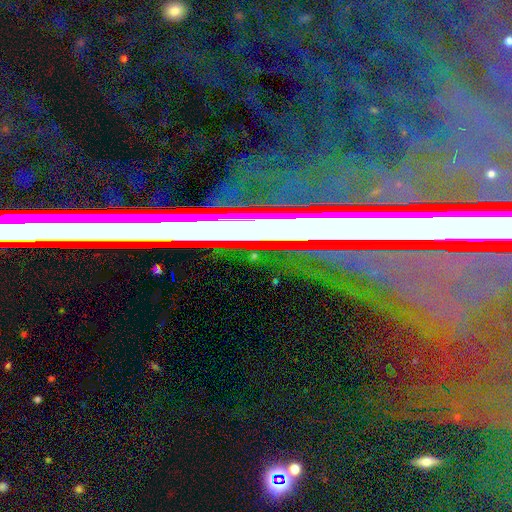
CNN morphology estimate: Smooth or featured? Predicted: star or artifact (p=0.53).